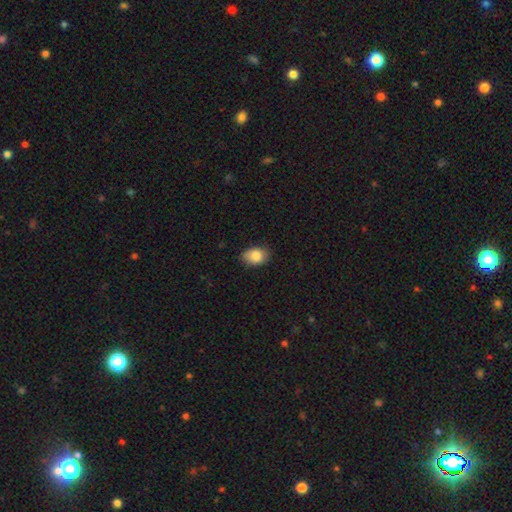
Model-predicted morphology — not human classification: smooth_or_featured: smooth (p=0.86) [alt: star or artifact p=0.08]
how_rounded: in between (p=0.77) [alt: round p=0.22]
merging: none (p=0.80) [alt: minor disturbance p=0.17]